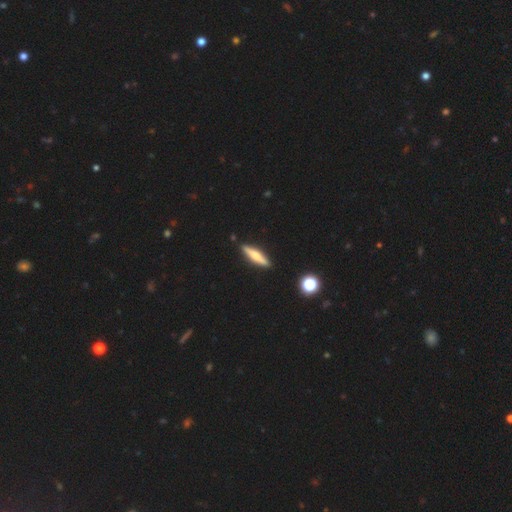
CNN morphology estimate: Q: Smooth or featured?
A: featured or disk (47%); runner-up: smooth (46%)
Q: Merging?
A: none (90%); runner-up: minor disturbance (7%)